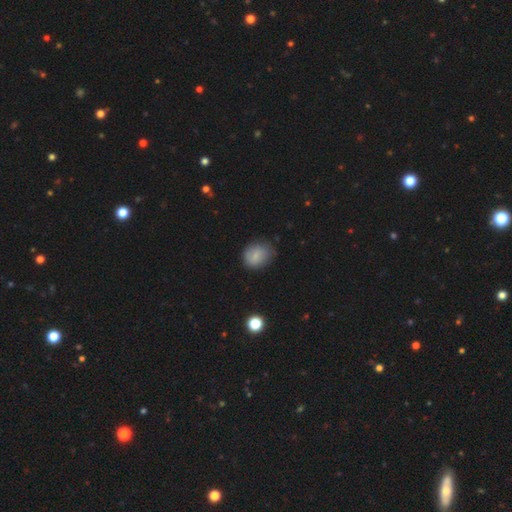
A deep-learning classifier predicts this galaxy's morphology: Overall: smooth (78%). How rounded: round (56%; in between 43%). Merging: none (67%).